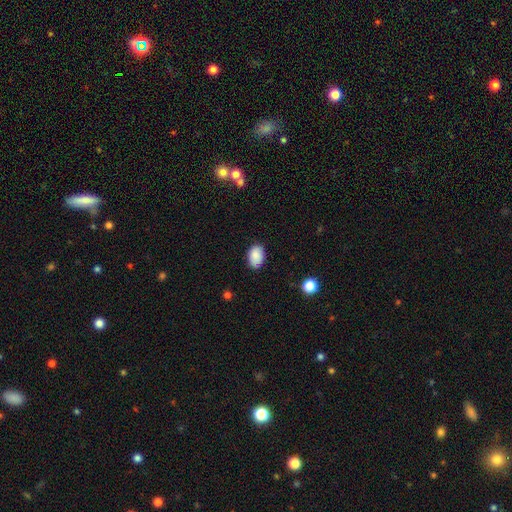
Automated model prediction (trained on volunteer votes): A smooth galaxy with no disk features (86%) that is in between round and cigar-shaped (84%).

Vote fractions:
- Smooth or featured? smooth: 86% / star or artifact: 8% / featured or disk: 6%
- How rounded? in between: 84% / round: 14% / cigar-shaped: 1%
- Merging? none: 78% / minor disturbance: 18% / major disturbance: 3% / merger: 1%